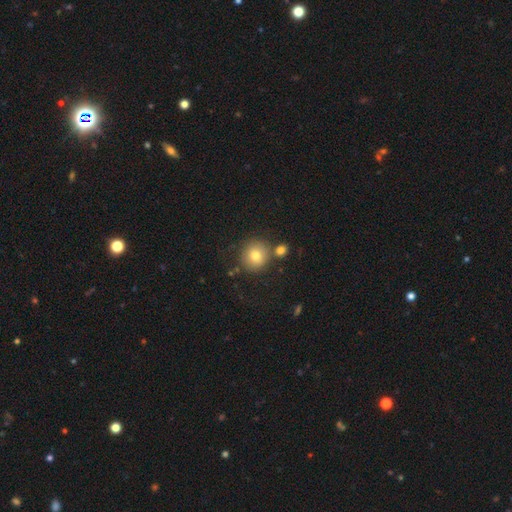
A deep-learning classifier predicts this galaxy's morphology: Q: Smooth or featured?
A: smooth (77%); runner-up: star or artifact (11%)
Q: How rounded?
A: round (90%); runner-up: in between (9%)
Q: Merging?
A: none (73%); runner-up: merger (13%)